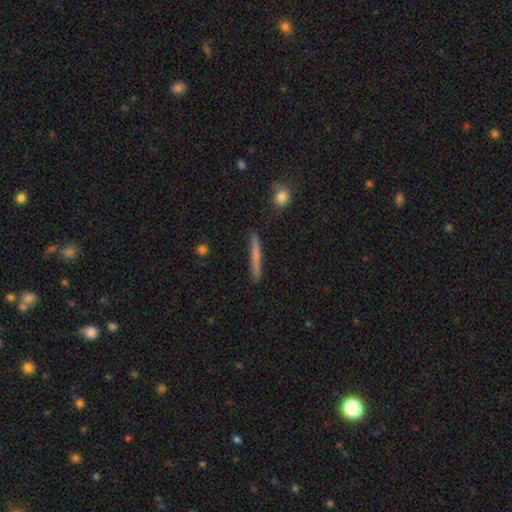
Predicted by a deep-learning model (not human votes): This appears to be a smooth galaxy with no disk features (68%) that is cigar-shaped (95%). Merging: none (89%).